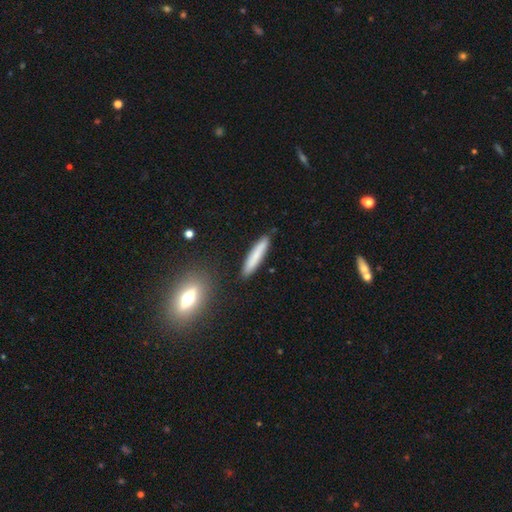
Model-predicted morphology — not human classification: Smooth or featured? Predicted: smooth (p=0.75). How rounded? Predicted: cigar-shaped (p=0.91). Merging? Predicted: none (p=0.88).